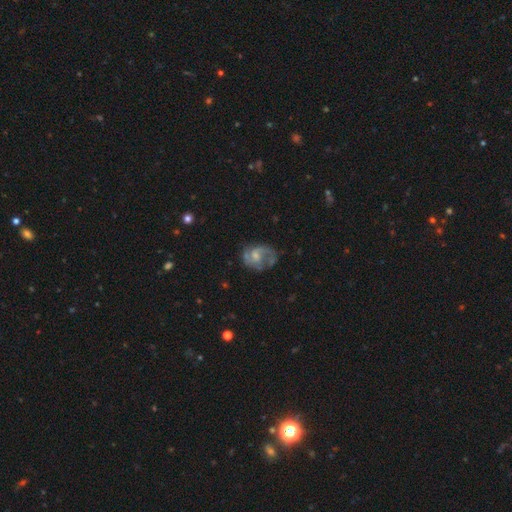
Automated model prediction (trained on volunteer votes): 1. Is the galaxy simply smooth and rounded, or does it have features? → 69% featured or disk, 24% smooth, 8% star or artifact.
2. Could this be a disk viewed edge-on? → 98% no, 2% yes.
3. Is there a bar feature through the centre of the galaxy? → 55% no, 39% weak, 6% strong.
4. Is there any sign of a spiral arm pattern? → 83% yes, 17% no.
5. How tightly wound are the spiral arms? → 48% medium, 32% loose, 20% tight.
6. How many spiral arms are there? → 66% 2, 14% can't tell, 11% 1, 5% 3, 2% 4, 2% more than 4.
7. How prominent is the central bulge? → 40% small (tied), 40% moderate (tied), 15% none, 5% large, 1% dominant.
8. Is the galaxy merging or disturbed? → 55% none, 23% minor disturbance, 19% major disturbance, 3% merger.